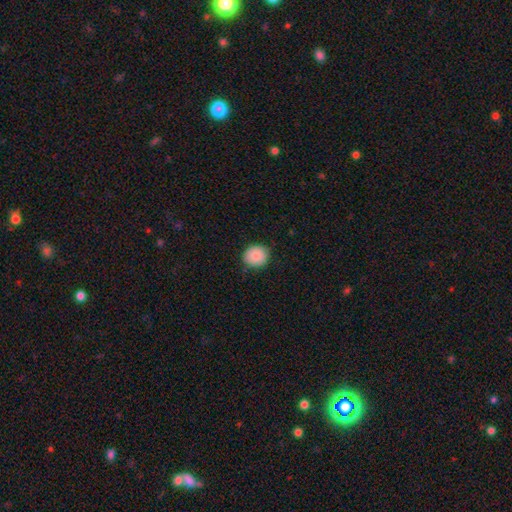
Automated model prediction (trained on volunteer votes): A smooth galaxy with no disk features (88%) that is round (85%).

Vote fractions:
- Smooth or featured? smooth: 88% / star or artifact: 8% / featured or disk: 5%
- How rounded? round: 85% / in between: 14% / cigar-shaped: 1%
- Merging? none: 86% / minor disturbance: 11% / major disturbance: 2% / merger: 1%